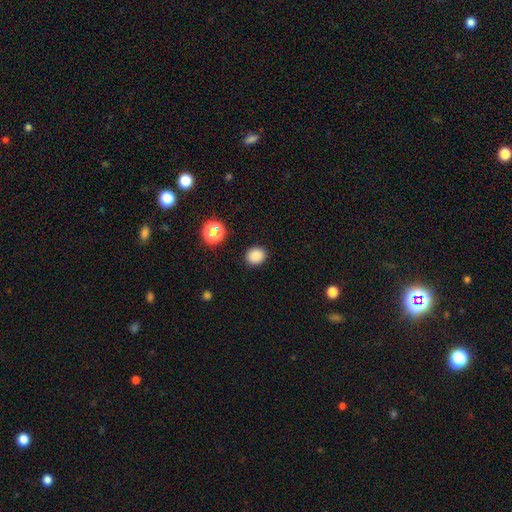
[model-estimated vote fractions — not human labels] This is clearly a smooth galaxy (85%). How rounded: likely round (68%). Merging: clearly none (89%).